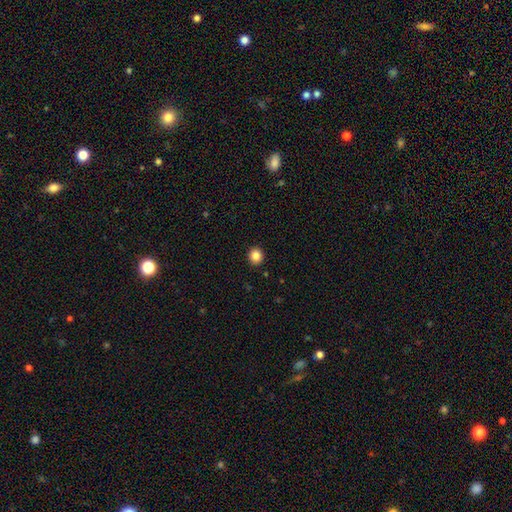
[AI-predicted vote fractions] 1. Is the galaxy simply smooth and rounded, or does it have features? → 84% smooth, 11% star or artifact, 5% featured or disk.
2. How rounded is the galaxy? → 86% round, 13% in between, 1% cigar-shaped.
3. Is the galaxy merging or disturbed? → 93% none, 5% minor disturbance, 1% major disturbance, 1% merger.